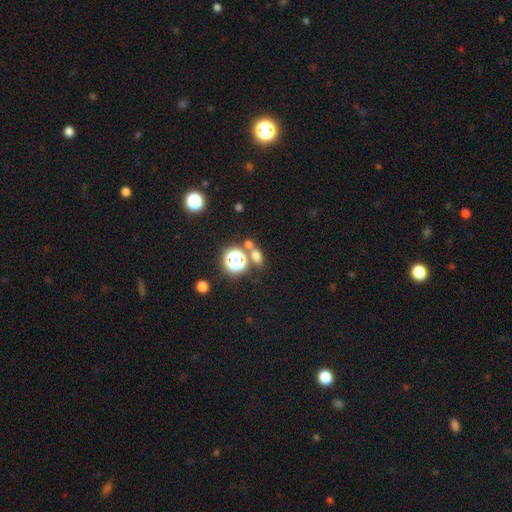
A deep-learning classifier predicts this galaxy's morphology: Overall: smooth (63%; star or artifact 27%). How rounded: in between (54%; round 40%). Merging: none (66%).